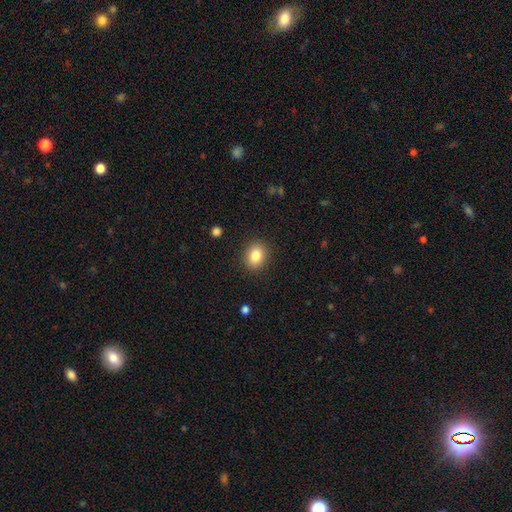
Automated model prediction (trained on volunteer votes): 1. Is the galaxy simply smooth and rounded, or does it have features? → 85% smooth, 9% star or artifact, 6% featured or disk.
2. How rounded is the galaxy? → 56% round, 43% in between, 1% cigar-shaped.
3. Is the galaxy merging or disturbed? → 89% none, 8% minor disturbance, 2% major disturbance, 1% merger.